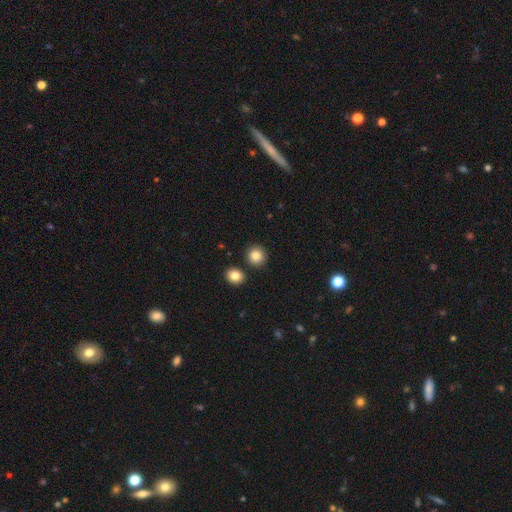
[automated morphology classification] smooth_or_featured: smooth (p=0.85) [alt: star or artifact p=0.09]
how_rounded: round (p=0.89) [alt: in between p=0.10]
merging: none (p=0.86) [alt: minor disturbance p=0.06]